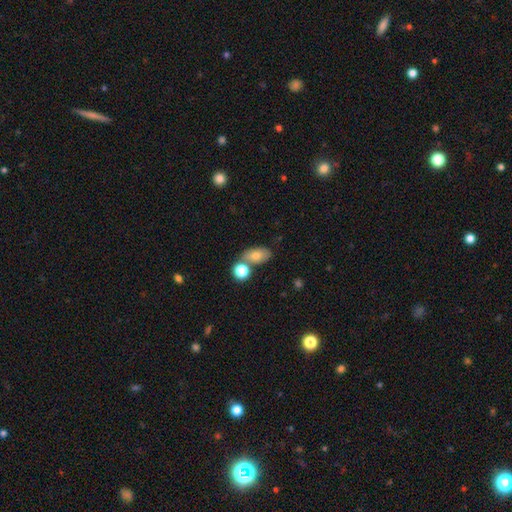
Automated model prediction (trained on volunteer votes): Smooth or featured: smooth — 75% (featured or disk — 15%)
How rounded: in between — 83% (round — 14%)
Merging: none — 55% (merger — 27%)